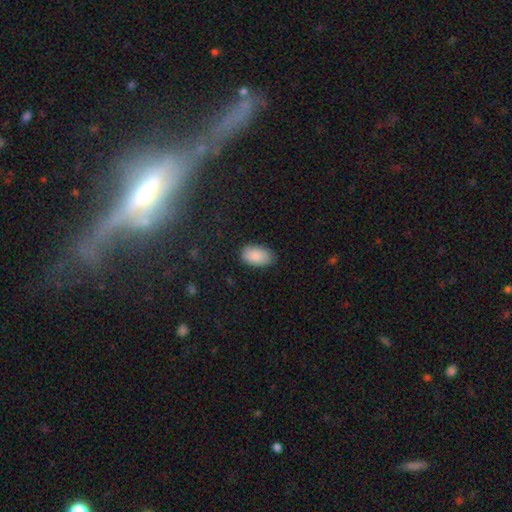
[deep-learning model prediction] smooth_or_featured: smooth (p=0.89) [alt: star or artifact p=0.07]
how_rounded: in between (p=0.94) [alt: round p=0.05]
merging: none (p=0.81) [alt: minor disturbance p=0.15]